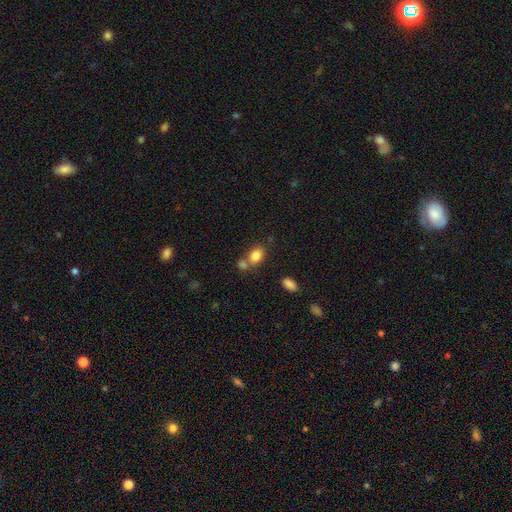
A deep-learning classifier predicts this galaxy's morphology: Smooth or featured?
  - smooth: 83% *
  - star or artifact: 10%
  - featured or disk: 7%
How rounded?
  - in between: 69% *
  - round: 29%
  - cigar-shaped: 1%
Merging?
  - none: 53% *
  - merger: 32%
  - minor disturbance: 11%
  - major disturbance: 4%